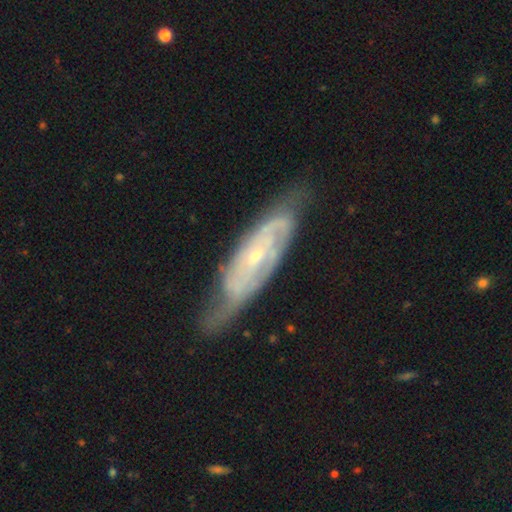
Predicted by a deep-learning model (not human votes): Smooth or featured?
  - featured or disk: 85% *
  - smooth: 10%
  - star or artifact: 5%
Edge-on disk?
  - no: 85% *
  - yes: 15%
Bar?
  - no: 58% *
  - weak: 32%
  - strong: 10%
Spiral arms?
  - yes: 94% *
  - no: 6%
Spiral winding?
  - tight: 57% *
  - medium: 35%
  - loose: 8%
Spiral arm count?
  - 2: 49% *
  - can't tell: 27%
  - 3: 14%
  - 4: 4%
  - 1: 4%
  - more than 4: 3%
Bulge size?
  - small: 67% *
  - moderate: 29%
  - none: 1%
  - large: 1%
  - dominant: 1%
Merging?
  - none: 66% *
  - minor disturbance: 24%
  - major disturbance: 8%
  - merger: 2%